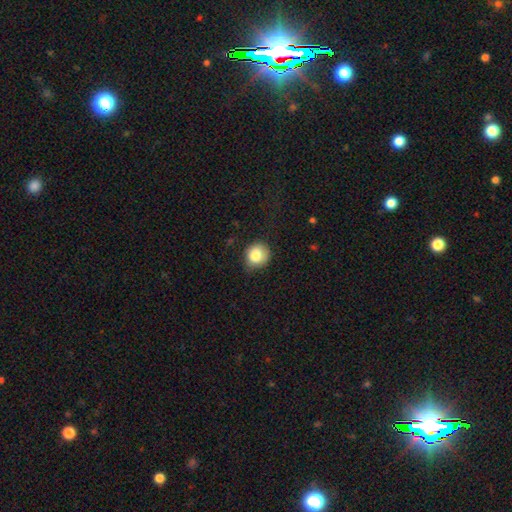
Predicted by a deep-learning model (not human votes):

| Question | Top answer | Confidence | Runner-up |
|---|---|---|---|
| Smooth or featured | smooth | 83% | star or artifact (10%) |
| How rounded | round | 79% | in between (20%) |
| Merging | none | 69% | minor disturbance (24%) |